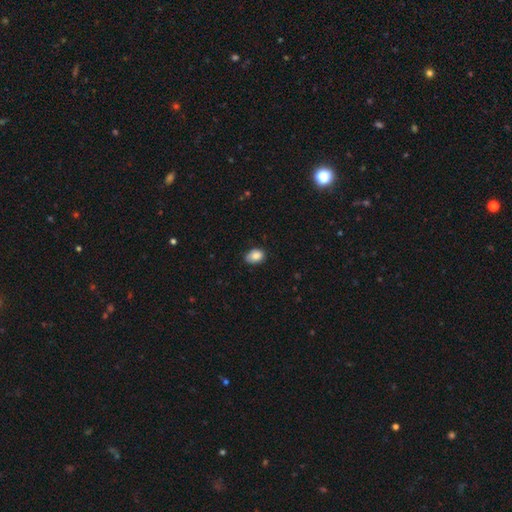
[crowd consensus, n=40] Q: Smooth or featured?
A: smooth (85%); runner-up: featured or disk (8%)
Q: How rounded?
A: in between (88%); runner-up: round (12%)
Q: Merging?
A: none (81%); runner-up: minor disturbance (16%)